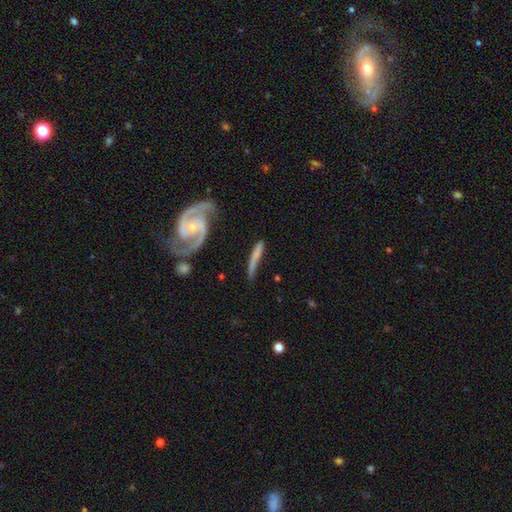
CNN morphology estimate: type=featured or disk (59%); edge-on=no (59%); merging=none (62%).